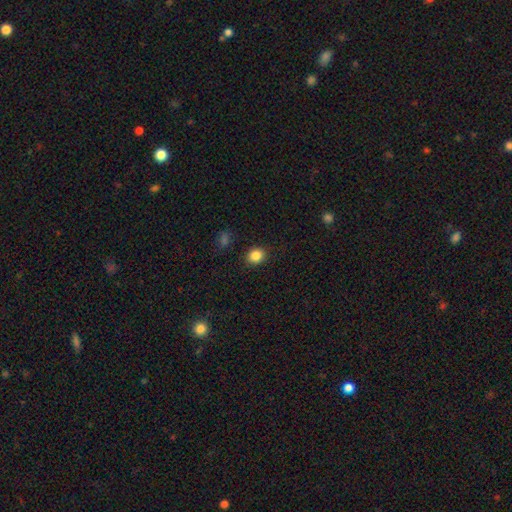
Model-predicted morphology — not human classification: Smooth or featured: smooth — 86% (star or artifact — 10%)
How rounded: round — 62% (in between — 37%)
Merging: none — 87% (minor disturbance — 9%)